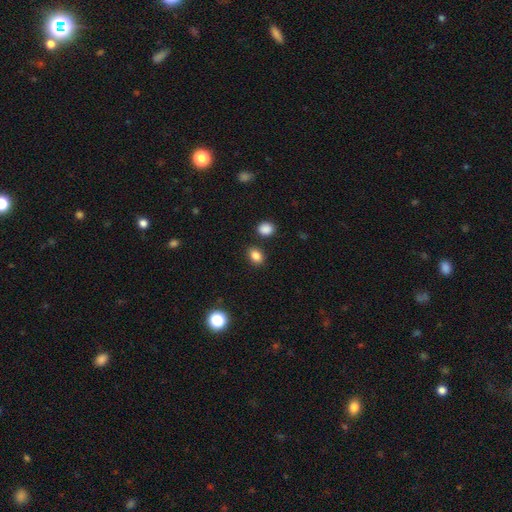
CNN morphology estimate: Smooth or featured? smooth (84%)
How rounded? in between (62%)
Merging? none (83%)